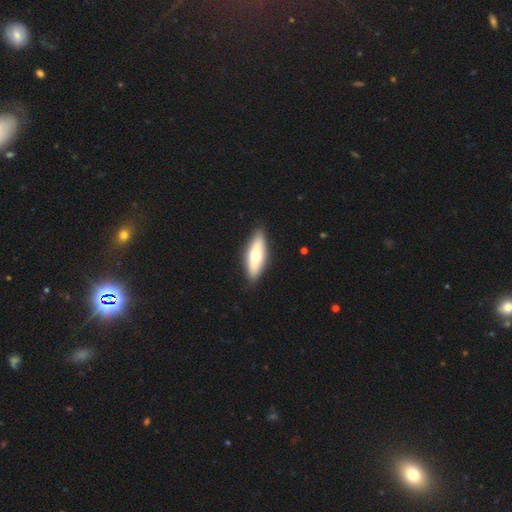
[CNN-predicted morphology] Smooth or featured?
  - smooth: 57% *
  - featured or disk: 38%
  - star or artifact: 5%
How rounded?
  - in between: 52% *
  - cigar-shaped: 46%
  - round: 2%
Merging?
  - none: 88% *
  - minor disturbance: 9%
  - major disturbance: 2%
  - merger: 1%